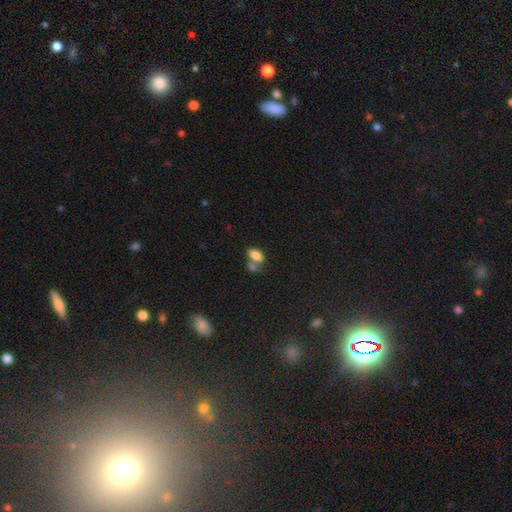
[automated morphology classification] Q: Smooth or featured?
A: smooth (82%); runner-up: star or artifact (10%)
Q: How rounded?
A: in between (90%); runner-up: round (8%)
Q: Merging?
A: merger (47%); runner-up: none (37%)